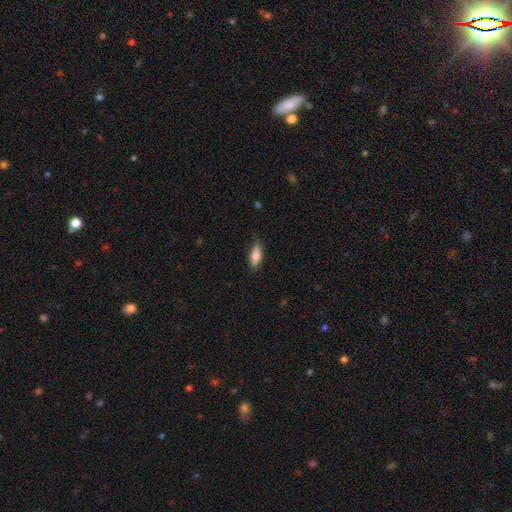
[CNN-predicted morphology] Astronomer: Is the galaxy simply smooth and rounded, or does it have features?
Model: smooth — 74%.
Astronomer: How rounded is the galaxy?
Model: in between — 66%.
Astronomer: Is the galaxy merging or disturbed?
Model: none — 78%.